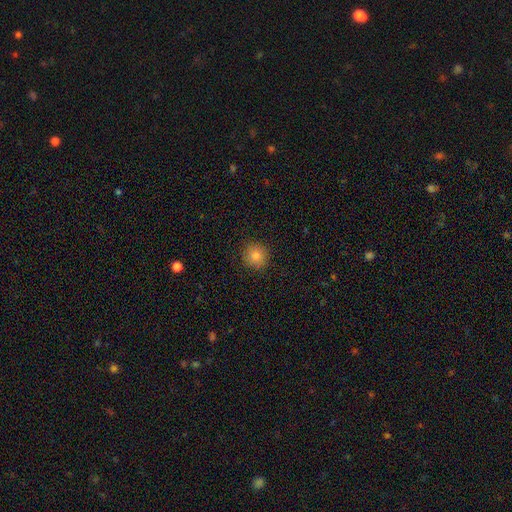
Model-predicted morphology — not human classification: The model was most divided on "smooth or featured": smooth: 81%, star or artifact: 12%, featured or disk: 7%. More confident: how rounded — round (92%); merging — none (90%).